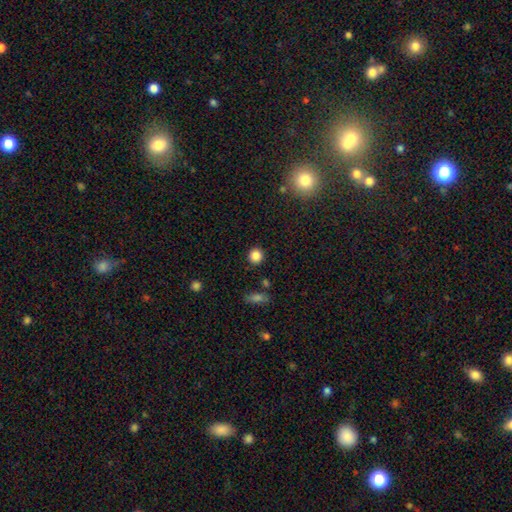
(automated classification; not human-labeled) Q: Smooth or featured?
A: smooth (85%); runner-up: star or artifact (11%)
Q: How rounded?
A: round (90%); runner-up: in between (9%)
Q: Merging?
A: none (90%); runner-up: minor disturbance (6%)